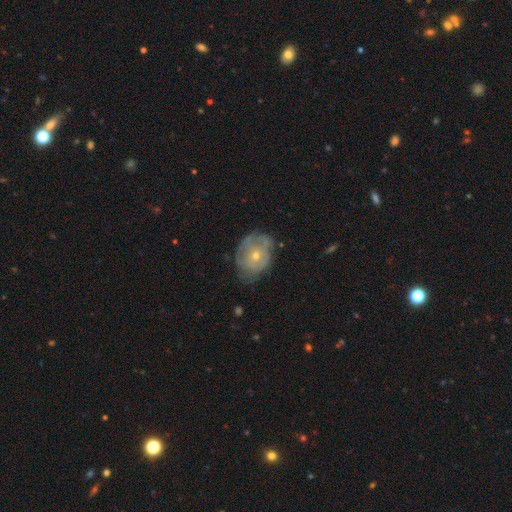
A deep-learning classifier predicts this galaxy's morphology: Smooth or featured?
  - featured or disk: 58% *
  - smooth: 33%
  - star or artifact: 9%
Edge-on disk?
  - no: 95% *
  - yes: 5%
Bar?
  - no: 87% *
  - weak: 11%
  - strong: 2%
Spiral arms?
  - yes: 53% *
  - no: 47%
Bulge size?
  - small: 58% *
  - moderate: 38%
  - large: 1%
  - none: 1%
  - dominant: 1%
Merging?
  - none: 61% *
  - minor disturbance: 27%
  - major disturbance: 10%
  - merger: 2%